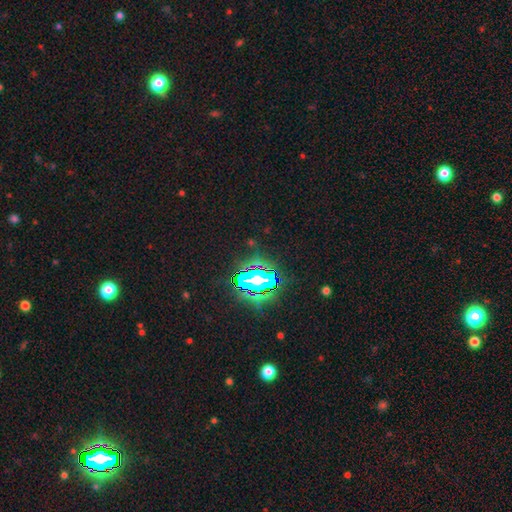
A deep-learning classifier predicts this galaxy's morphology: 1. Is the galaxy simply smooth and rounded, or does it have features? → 74% star or artifact, 15% smooth, 11% featured or disk.